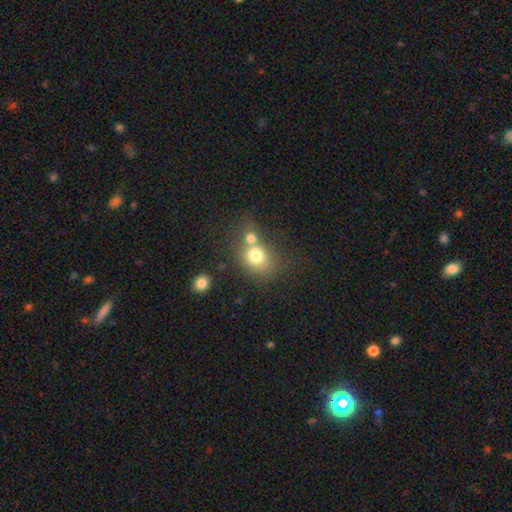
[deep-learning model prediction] Smooth or featured: smooth — 74% (featured or disk — 15%)
How rounded: round — 59% (in between — 40%)
Merging: merger — 48% (none — 36%)